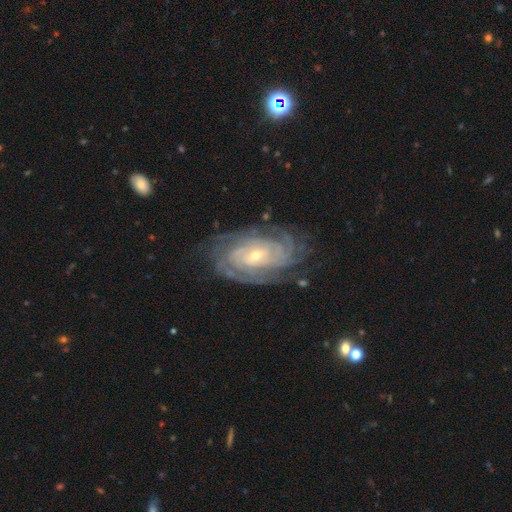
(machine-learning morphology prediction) This is clearly a featured or disk galaxy (90%). It is clearly not viewed edge-on (96%). Bar: possibly no (55%). Spiral arm pattern: clearly yes (98%). Spiral arm count: marginally can't tell (28%). Spiral winding: likely tight (80%). Central bulge: likely small (67%). Merging: likely none (76%).